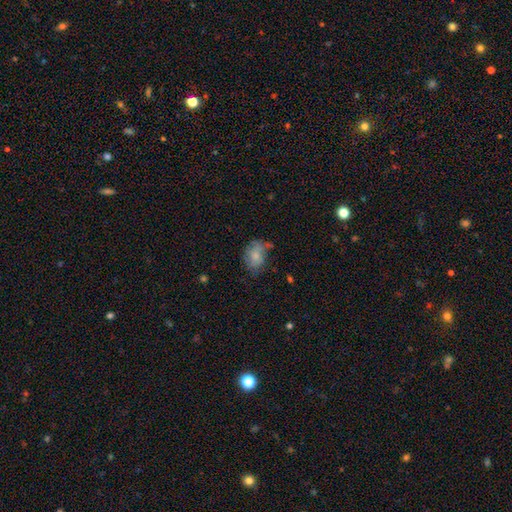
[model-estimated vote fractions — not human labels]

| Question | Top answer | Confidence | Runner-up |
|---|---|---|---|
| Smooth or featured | smooth | 73% | featured or disk (19%) |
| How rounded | in between | 73% | round (26%) |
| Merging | none | 48% | minor disturbance (32%) |